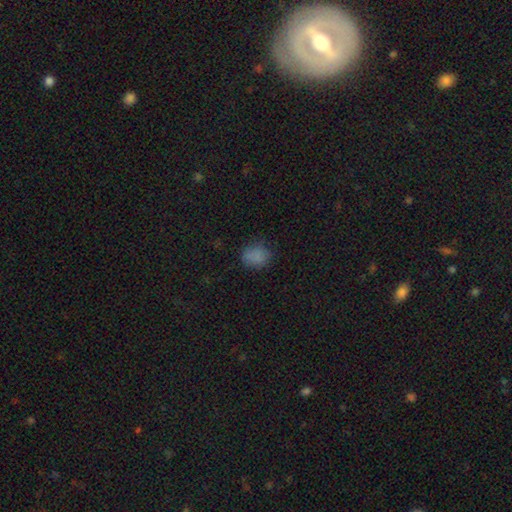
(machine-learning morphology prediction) Q: Smooth or featured?
A: smooth (81%); runner-up: star or artifact (14%)
Q: How rounded?
A: round (59%); runner-up: in between (40%)
Q: Merging?
A: none (76%); runner-up: minor disturbance (18%)